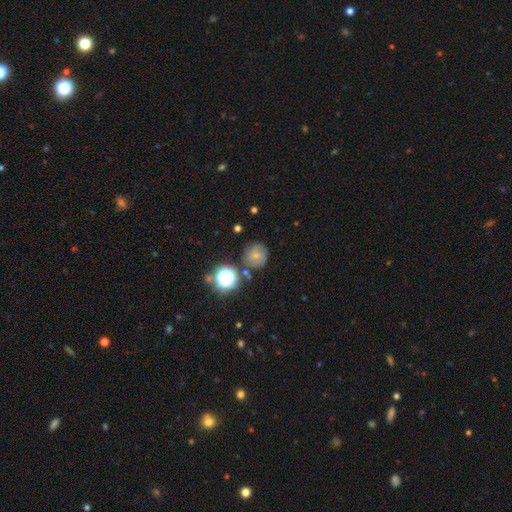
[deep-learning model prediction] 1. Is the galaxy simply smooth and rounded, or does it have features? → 54% smooth, 27% featured or disk, 19% star or artifact.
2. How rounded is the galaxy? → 89% round, 10% in between, 1% cigar-shaped.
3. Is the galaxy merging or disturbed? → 72% none, 16% minor disturbance, 6% merger, 5% major disturbance.